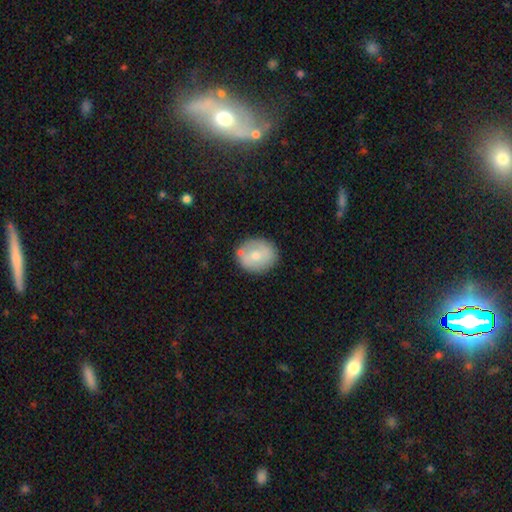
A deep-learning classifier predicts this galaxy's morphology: Smooth or featured: smooth — 60% (featured or disk — 32%)
How rounded: round — 75% (in between — 24%)
Merging: none — 80% (minor disturbance — 12%)